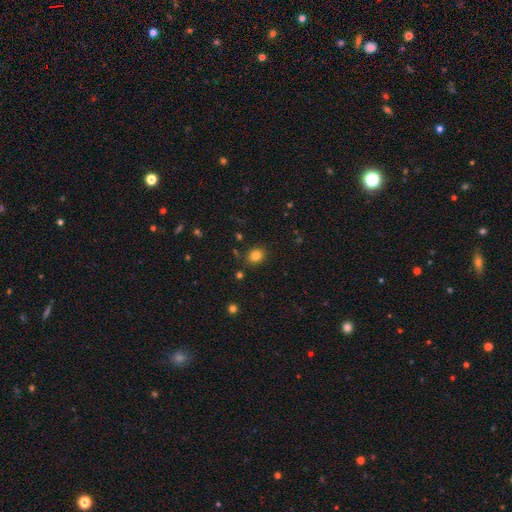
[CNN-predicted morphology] The model was most divided on "how rounded": round: 62%, in between: 37%, cigar-shaped: 1%. More confident: merging — none (84%); smooth or featured — smooth (82%).